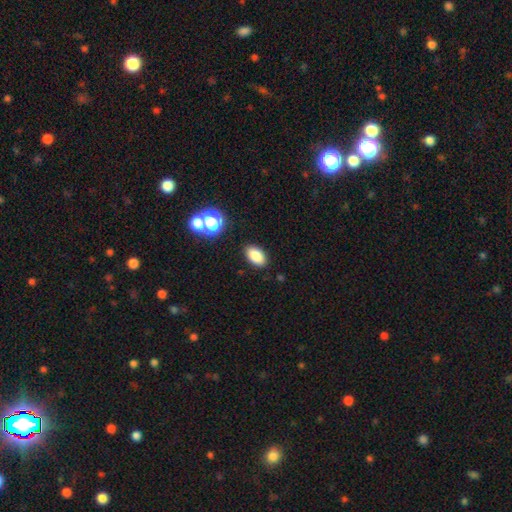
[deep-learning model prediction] smooth-or-featured: smooth: 84% | star or artifact: 10% | featured or disk: 6%
  how-rounded: in between: 91% | round: 7% | cigar-shaped: 2%
  merging: none: 87% | minor disturbance: 8% | major disturbance: 2% | merger: 2%